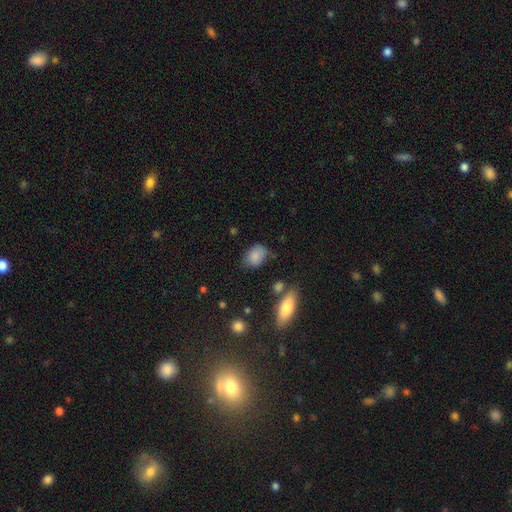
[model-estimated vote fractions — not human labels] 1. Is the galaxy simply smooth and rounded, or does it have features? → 82% smooth, 9% star or artifact, 9% featured or disk.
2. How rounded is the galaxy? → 74% in between, 25% round, 2% cigar-shaped.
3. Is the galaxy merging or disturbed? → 61% none, 28% minor disturbance, 7% major disturbance, 4% merger.